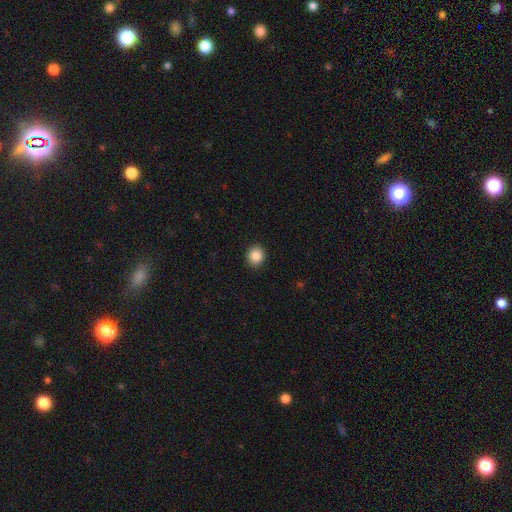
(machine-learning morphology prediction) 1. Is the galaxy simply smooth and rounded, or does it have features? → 87% smooth, 9% star or artifact, 4% featured or disk.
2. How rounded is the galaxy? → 81% round, 18% in between, 1% cigar-shaped.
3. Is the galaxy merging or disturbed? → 91% none, 6% minor disturbance, 2% major disturbance, 1% merger.